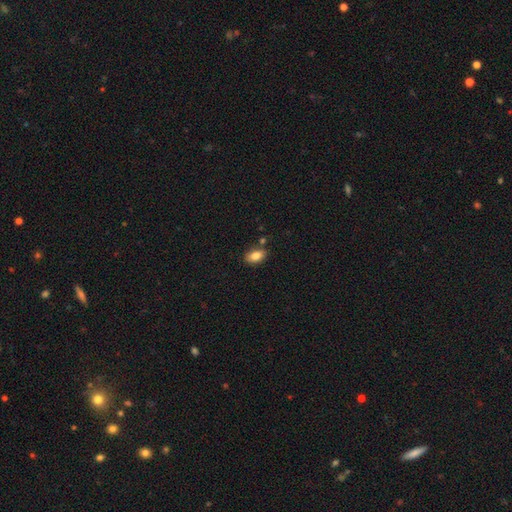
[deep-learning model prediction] Q: Smooth or featured?
A: smooth (83%); runner-up: featured or disk (9%)
Q: How rounded?
A: in between (89%); runner-up: round (8%)
Q: Merging?
A: none (80%); runner-up: minor disturbance (12%)